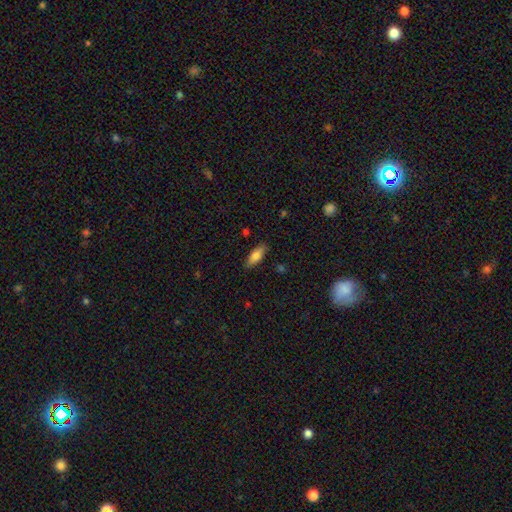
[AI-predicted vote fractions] A smooth galaxy with no disk features (77%) that is in between round and cigar-shaped (72%). Merging: none (86%).